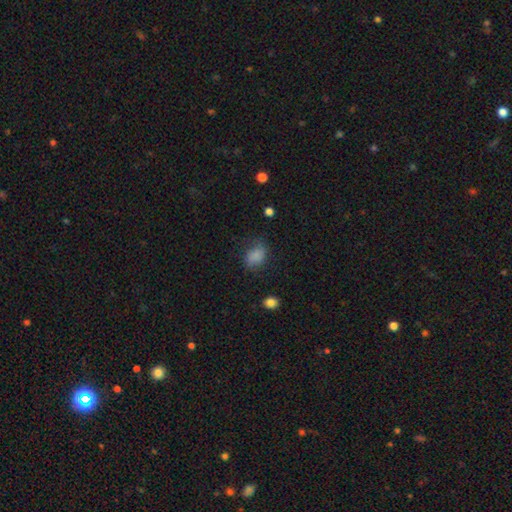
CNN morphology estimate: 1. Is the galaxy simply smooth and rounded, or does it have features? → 81% smooth, 11% star or artifact, 9% featured or disk.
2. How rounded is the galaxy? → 70% in between, 29% round, 1% cigar-shaped.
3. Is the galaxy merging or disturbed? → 62% none, 25% minor disturbance, 12% major disturbance, 2% merger.